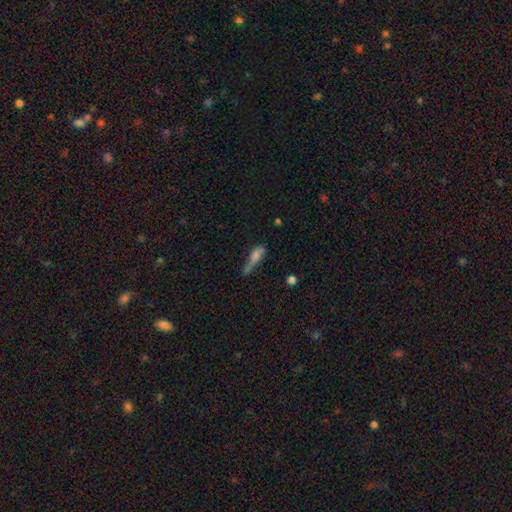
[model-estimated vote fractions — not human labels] smooth_or_featured: smooth (p=0.62) [alt: featured or disk p=0.26]
how_rounded: cigar-shaped (p=0.57) [alt: in between p=0.38]
merging: none (p=0.32) [alt: minor disturbance p=0.31]